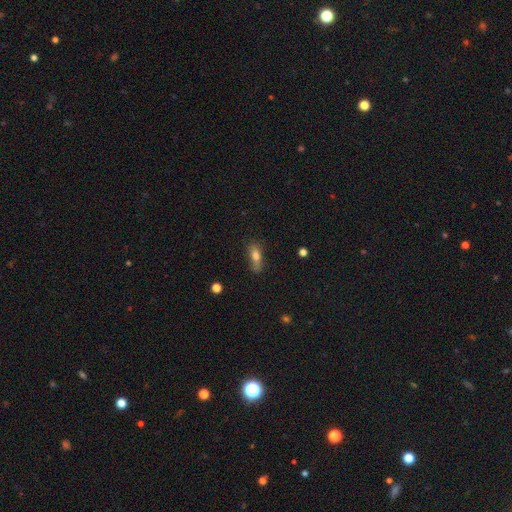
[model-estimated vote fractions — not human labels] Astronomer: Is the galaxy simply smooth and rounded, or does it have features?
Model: smooth — 72%.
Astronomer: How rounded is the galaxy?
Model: in between — 64%.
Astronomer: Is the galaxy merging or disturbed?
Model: none — 48% (runner-up: minor disturbance, 30%).